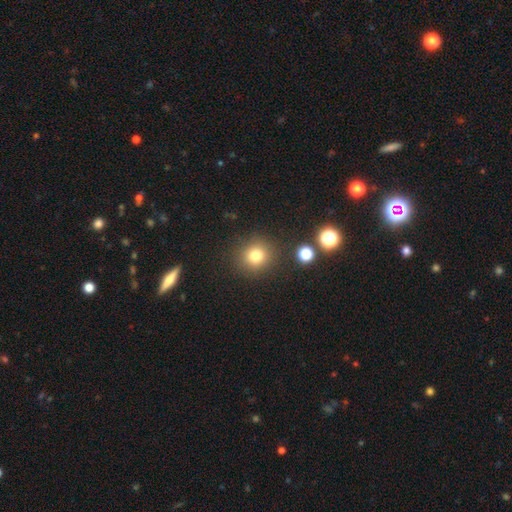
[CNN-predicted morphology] A smooth galaxy with no disk features (78%) that is round (90%).

Vote fractions:
- Smooth or featured? smooth: 78% / star or artifact: 15% / featured or disk: 7%
- How rounded? round: 90% / in between: 10% / cigar-shaped: 1%
- Merging? none: 86% / minor disturbance: 8% / major disturbance: 3% / merger: 3%